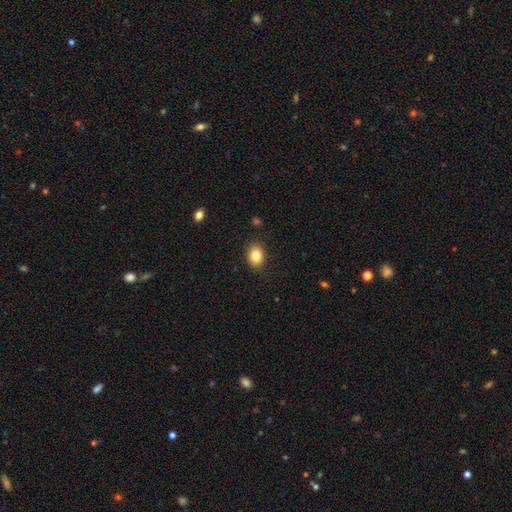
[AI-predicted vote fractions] Q: Smooth or featured?
A: smooth (84%); runner-up: star or artifact (9%)
Q: How rounded?
A: in between (68%); runner-up: round (31%)
Q: Merging?
A: none (87%); runner-up: minor disturbance (9%)